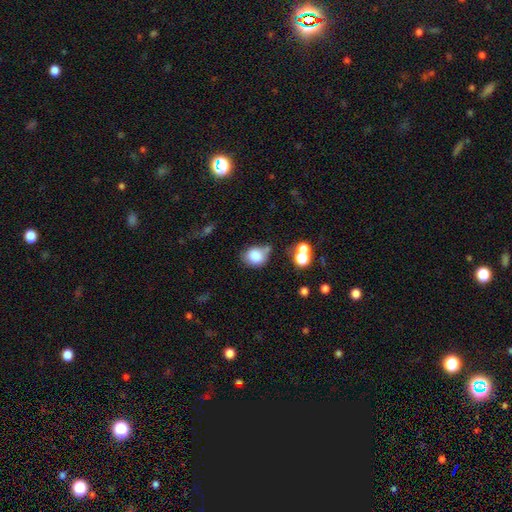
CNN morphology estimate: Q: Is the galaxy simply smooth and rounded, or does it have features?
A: smooth — 81%.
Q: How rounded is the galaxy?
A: round — 59%.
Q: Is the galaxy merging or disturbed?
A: none — 43%.